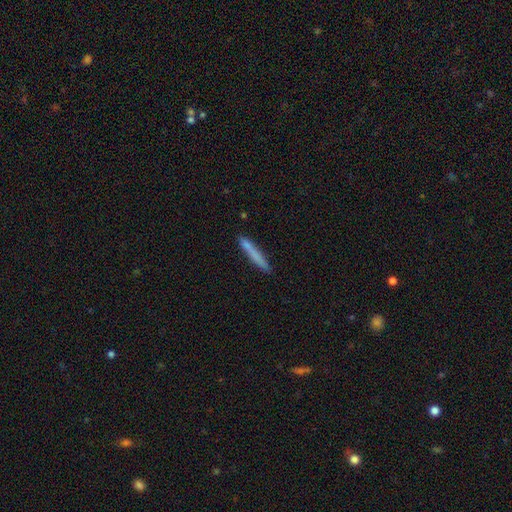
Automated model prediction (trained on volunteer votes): Smooth or featured: smooth — 73% (featured or disk — 21%)
How rounded: cigar-shaped — 96% (in between — 3%)
Merging: none — 85% (minor disturbance — 10%)